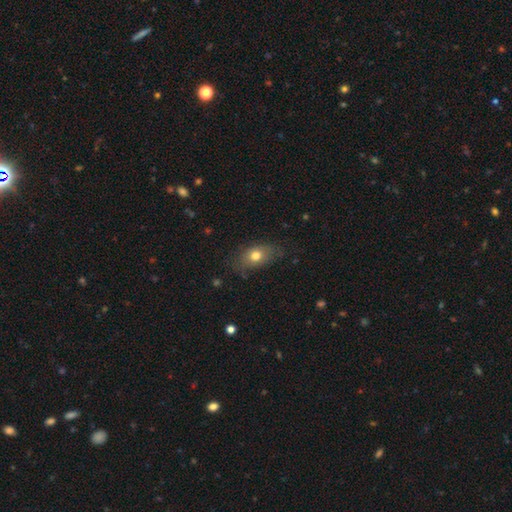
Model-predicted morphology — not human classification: smooth_or_featured: smooth (p=0.74) [alt: featured or disk p=0.17]
how_rounded: in between (p=0.79) [alt: round p=0.17]
merging: none (p=0.71) [alt: minor disturbance p=0.21]